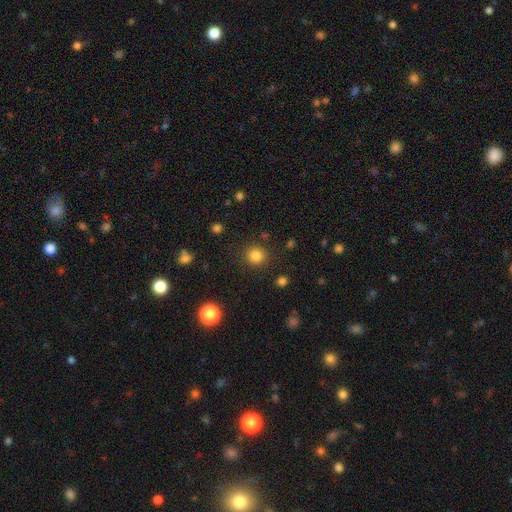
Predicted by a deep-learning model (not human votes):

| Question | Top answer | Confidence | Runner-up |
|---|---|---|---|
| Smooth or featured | smooth | 83% | star or artifact (13%) |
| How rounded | round | 91% | in between (8%) |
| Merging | none | 89% | minor disturbance (7%) |